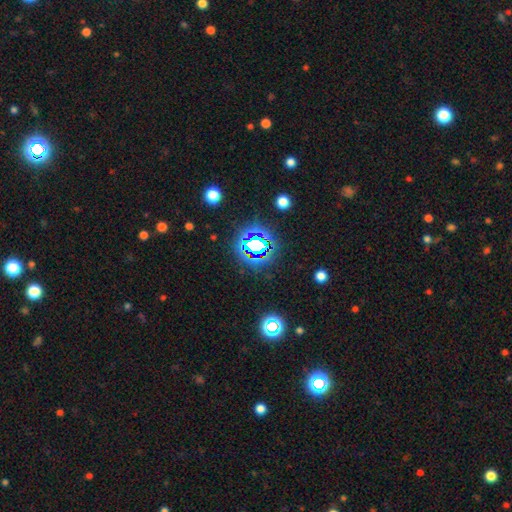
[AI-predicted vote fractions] Q: Smooth or featured?
A: star or artifact (82%); runner-up: smooth (12%)